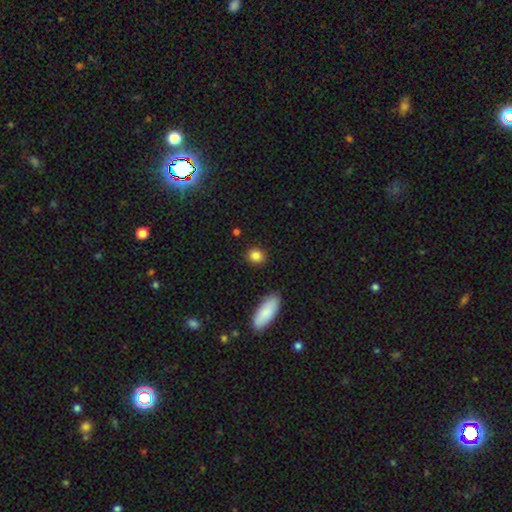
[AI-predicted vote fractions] smooth_or_featured: smooth (p=0.85) [alt: star or artifact p=0.09]
how_rounded: round (p=0.70) [alt: in between p=0.27]
merging: none (p=0.88) [alt: minor disturbance p=0.08]